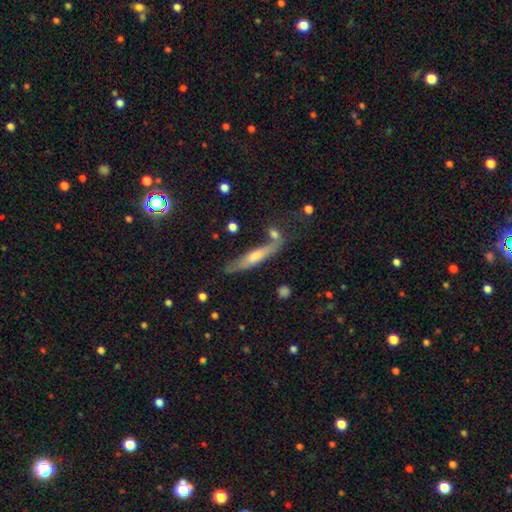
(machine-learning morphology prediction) Smooth or featured?
  - featured or disk: 48% *
  - smooth: 43%
  - star or artifact: 9%
Merging?
  - none: 62% *
  - minor disturbance: 19%
  - merger: 13%
  - major disturbance: 7%